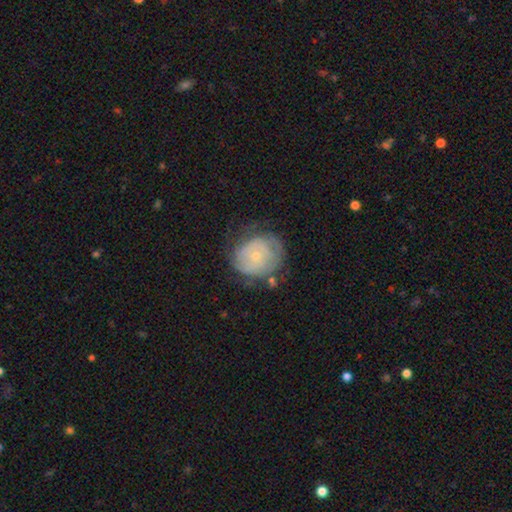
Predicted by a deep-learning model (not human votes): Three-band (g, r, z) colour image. It shows a featured or disk galaxy (51%). Merging: none (54%).